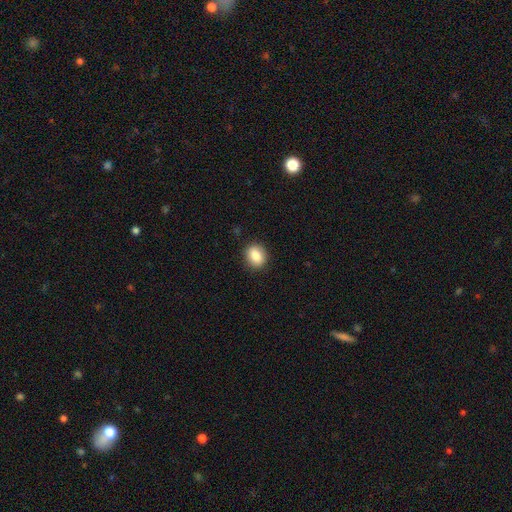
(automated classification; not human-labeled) Morphology: type=smooth (85%); roundness=round (54%); merging=none (89%).